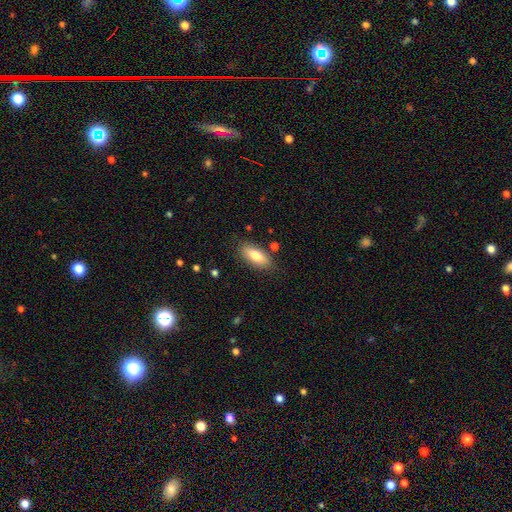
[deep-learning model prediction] Smooth or featured? smooth (79%)
How rounded? in between (81%)
Merging? none (83%)